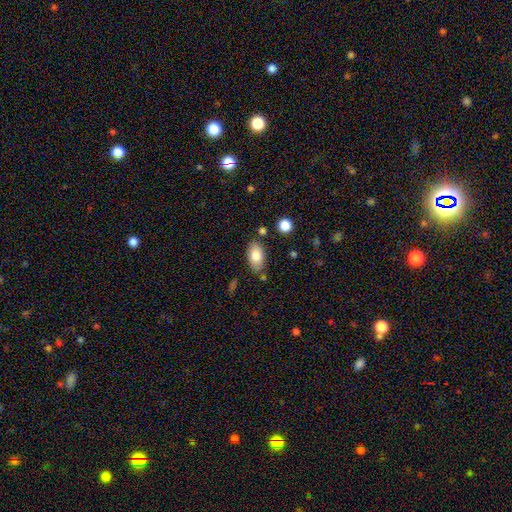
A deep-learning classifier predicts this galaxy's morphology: Smooth or featured? smooth (81%)
How rounded? in between (92%)
Merging? none (75%)